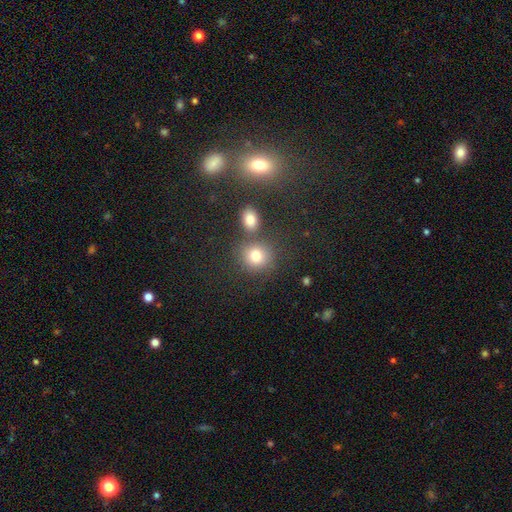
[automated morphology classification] This appears to be a smooth galaxy with no disk features (76%) that is round (82%). Merging: none (67%).